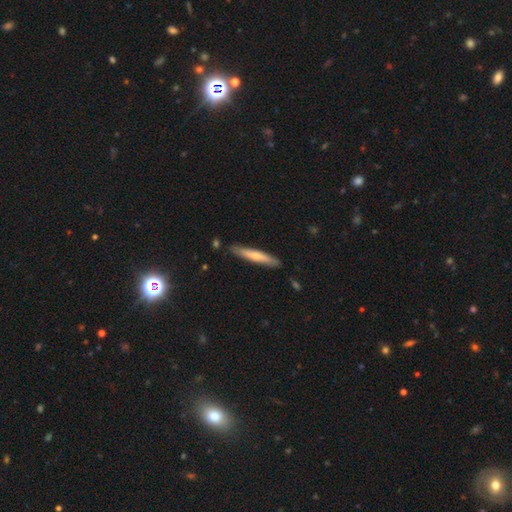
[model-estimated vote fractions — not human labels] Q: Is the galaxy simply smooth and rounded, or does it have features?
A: smooth — 62%.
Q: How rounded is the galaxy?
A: cigar-shaped — 93%.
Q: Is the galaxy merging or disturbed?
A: none — 86%.